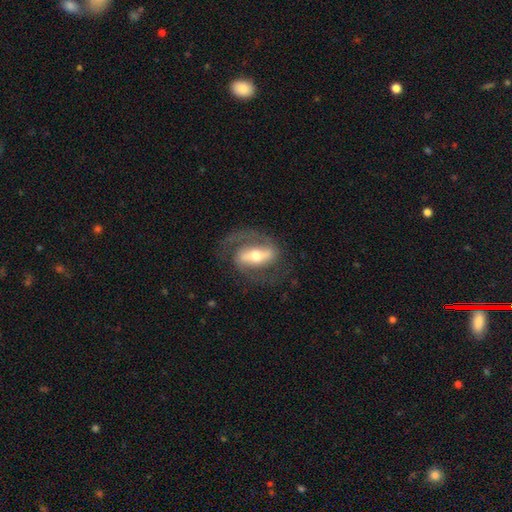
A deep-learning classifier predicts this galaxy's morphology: Smooth or featured?
  - featured or disk: 84% *
  - smooth: 11%
  - star or artifact: 5%
Edge-on disk?
  - no: 94% *
  - yes: 6%
Bar?
  - strong: 60% *
  - weak: 27%
  - no: 13%
Spiral arms?
  - yes: 92% *
  - no: 8%
Spiral winding?
  - medium: 52% *
  - tight: 26%
  - loose: 22%
Spiral arm count?
  - 2: 84% *
  - 1: 8%
  - can't tell: 4%
  - 3: 1%
  - 4: 1%
  - more than 4: 1%
Bulge size?
  - moderate: 62% *
  - small: 25%
  - large: 10%
  - dominant: 1%
  - none: 1%
Merging?
  - none: 72% *
  - minor disturbance: 14%
  - major disturbance: 12%
  - merger: 1%